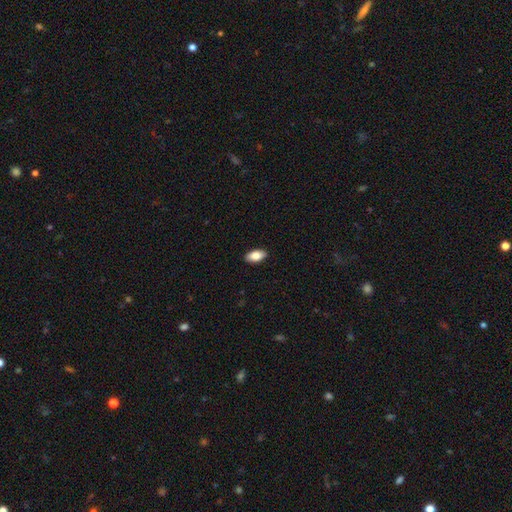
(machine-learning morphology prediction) The model was most divided on "smooth or featured": smooth: 83%, featured or disk: 10%, star or artifact: 7%. More confident: how rounded — in between (93%); merging — none (90%).